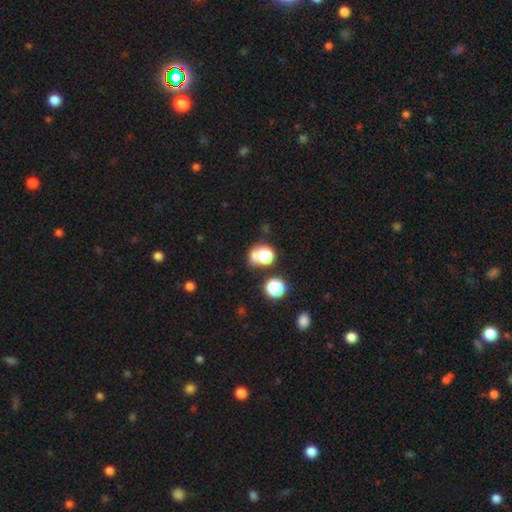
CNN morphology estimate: smooth-or-featured: smooth: 67% | star or artifact: 22% | featured or disk: 12%
  how-rounded: round: 73% | in between: 26% | cigar-shaped: 1%
  merging: none: 45% | merger: 37% | minor disturbance: 11% | major disturbance: 8%